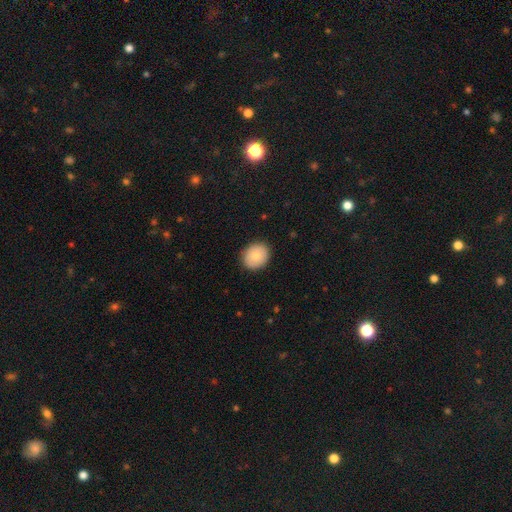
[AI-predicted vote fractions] Smooth or featured: smooth — 77% (featured or disk — 16%)
How rounded: round — 68% (in between — 31%)
Merging: none — 88% (minor disturbance — 9%)